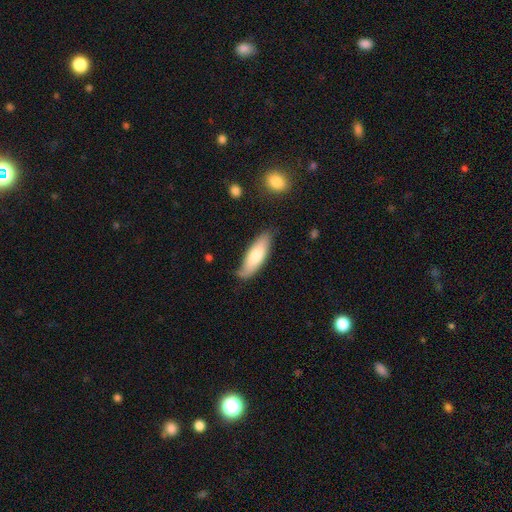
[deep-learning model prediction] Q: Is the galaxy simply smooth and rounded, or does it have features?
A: smooth — 72%.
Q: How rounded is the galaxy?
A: in between — 59%.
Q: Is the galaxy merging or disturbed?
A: none — 68%.